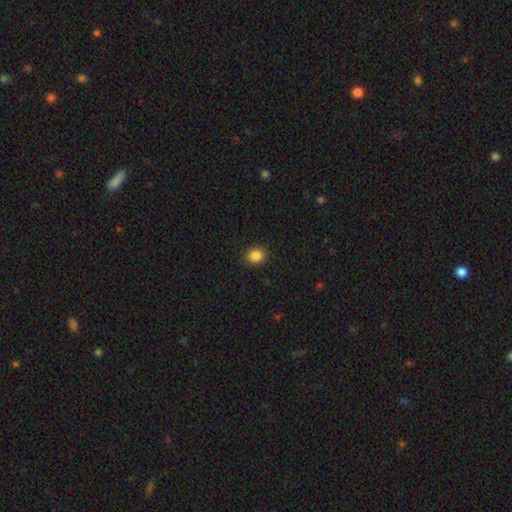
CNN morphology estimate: smooth-or-featured: smooth: 86% | star or artifact: 10% | featured or disk: 4%
  how-rounded: round: 60% | in between: 40% | cigar-shaped: 1%
  merging: none: 90% | minor disturbance: 7% | major disturbance: 2% | merger: 1%